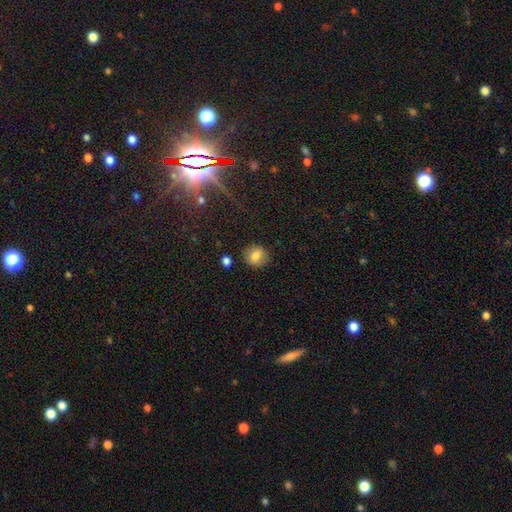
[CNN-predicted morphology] The model was most divided on "how rounded": round: 83%, in between: 16%, cigar-shaped: 1%. More confident: merging — none (86%); smooth or featured — smooth (80%).